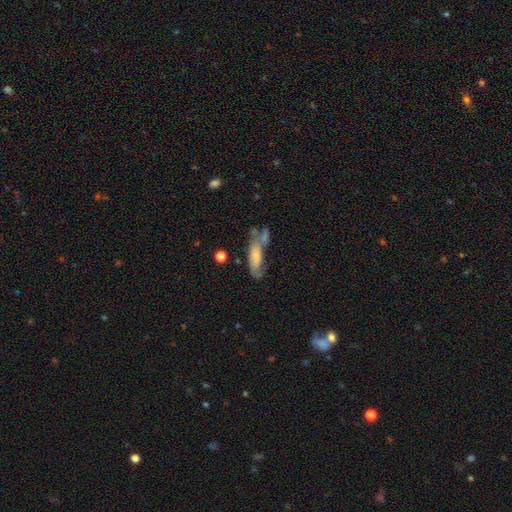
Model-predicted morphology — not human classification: Smooth or featured: smooth — 57% (featured or disk — 35%)
How rounded: in between — 58% (cigar-shaped — 39%)
Merging: none — 32% (merger — 30%)